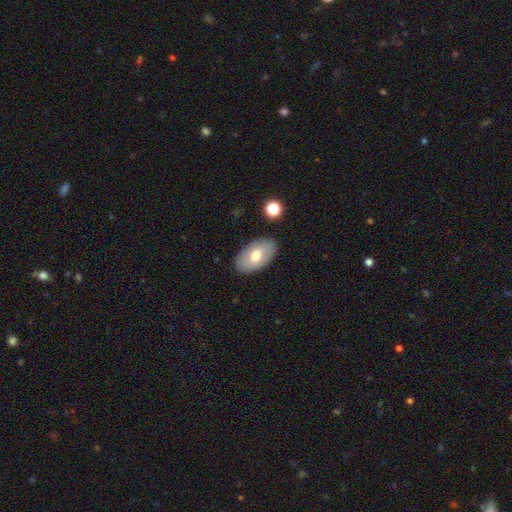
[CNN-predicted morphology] This appears to be a smooth galaxy with no disk features (67%) that is in between round and cigar-shaped (94%). Merging: none (87%).